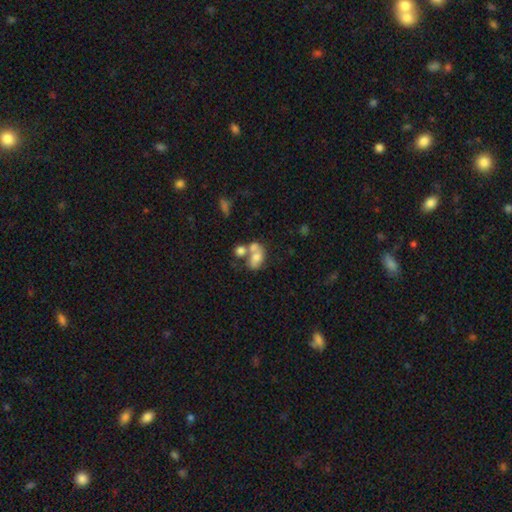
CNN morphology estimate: Q: Smooth or featured?
A: smooth (62%); runner-up: featured or disk (27%)
Q: How rounded?
A: in between (77%); runner-up: round (21%)
Q: Merging?
A: merger (60%); runner-up: none (20%)